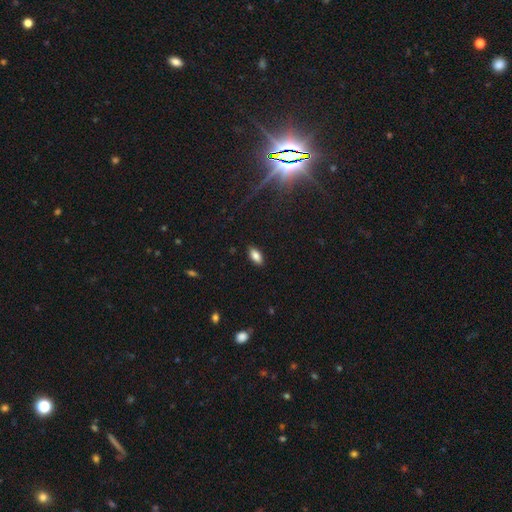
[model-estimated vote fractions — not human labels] Smooth or featured? Predicted: smooth (p=0.83). How rounded? Predicted: in between (p=0.89). Merging? Predicted: none (p=0.88).